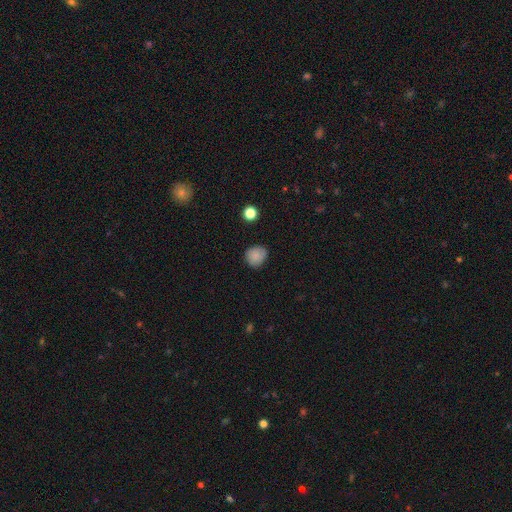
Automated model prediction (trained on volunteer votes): Q: Smooth or featured?
A: smooth (85%); runner-up: star or artifact (10%)
Q: How rounded?
A: round (82%); runner-up: in between (17%)
Q: Merging?
A: none (78%); runner-up: minor disturbance (17%)